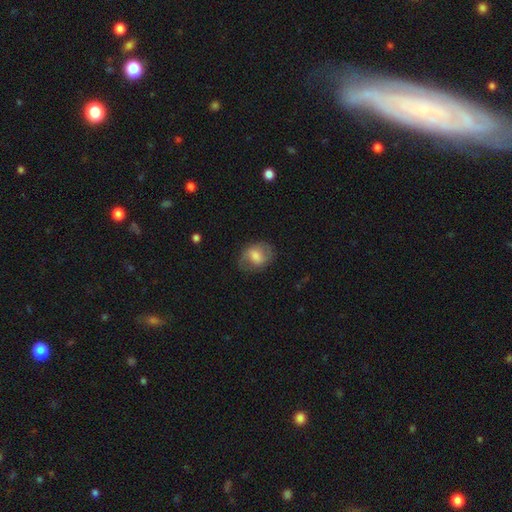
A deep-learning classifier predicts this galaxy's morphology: Overall: smooth (60%; featured or disk 32%). How rounded: in between (59%; round 39%). Merging: none (66%).